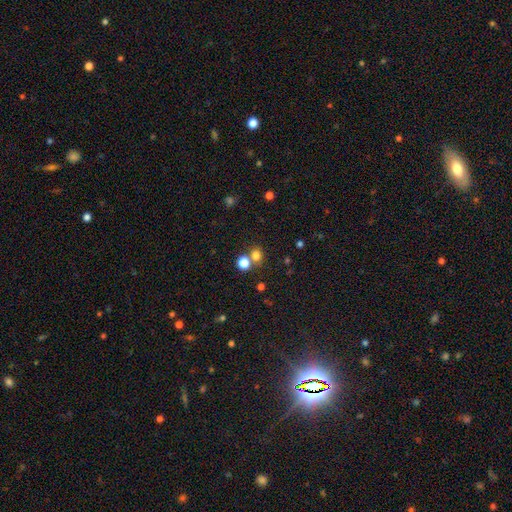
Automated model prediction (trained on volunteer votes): Morphology: type=smooth (75%); roundness=round (73%); merging=none (63%).